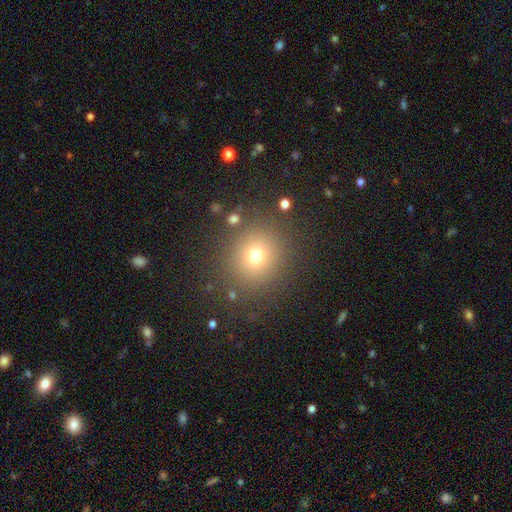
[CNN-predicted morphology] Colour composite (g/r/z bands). It shows a smooth galaxy with no disk features (70%) that is round (89%). Merging: none (85%).